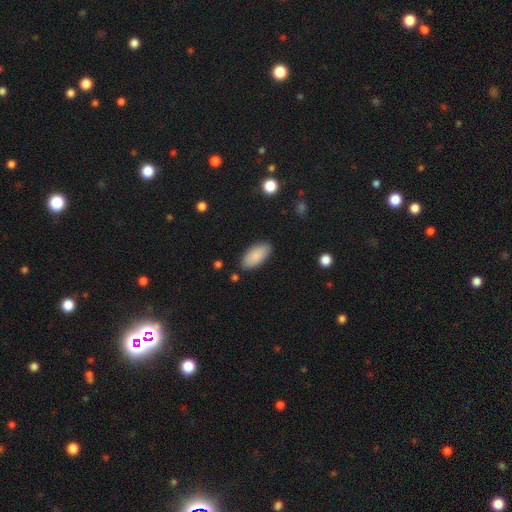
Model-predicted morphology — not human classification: type=smooth (87%); roundness=in between (90%); merging=none (86%).